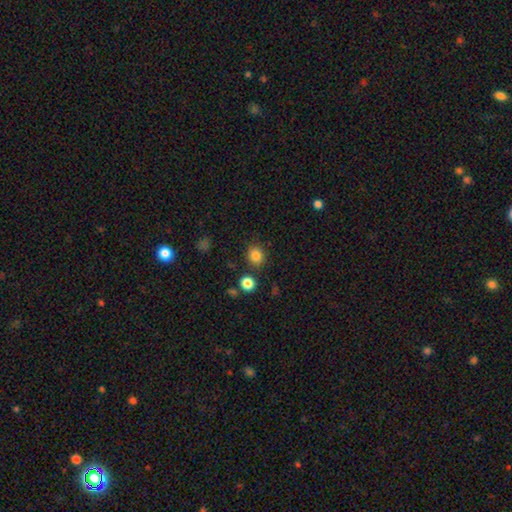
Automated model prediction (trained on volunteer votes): smooth 84%, star or artifact 12%, featured or disk 4%. Down the decision tree: how rounded — round (81%); merging — none (85%).